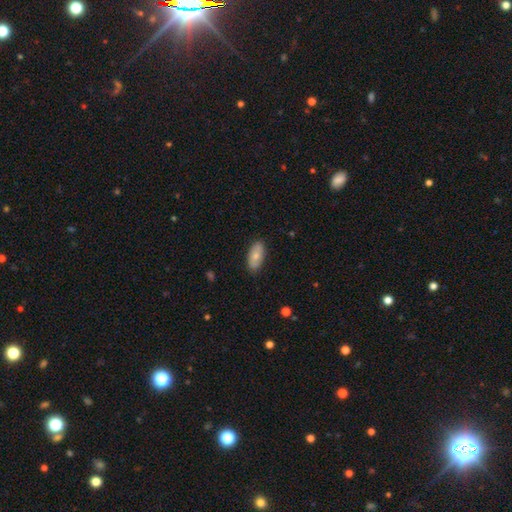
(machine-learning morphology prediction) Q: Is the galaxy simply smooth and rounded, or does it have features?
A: smooth — 71%.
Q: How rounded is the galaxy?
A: in between — 92%.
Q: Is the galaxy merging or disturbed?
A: none — 85%.